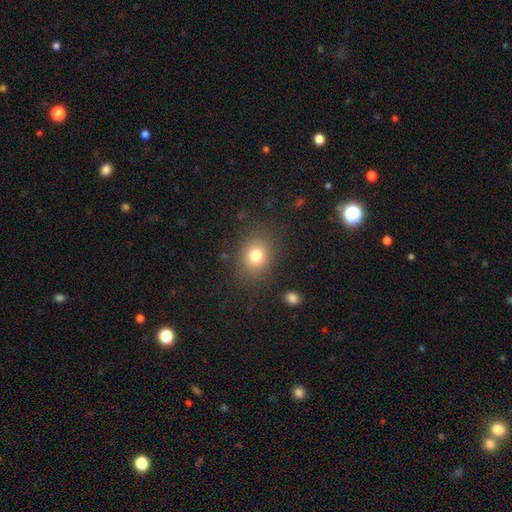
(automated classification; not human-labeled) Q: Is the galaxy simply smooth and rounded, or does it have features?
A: smooth — 79%.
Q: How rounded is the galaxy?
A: round — 59%.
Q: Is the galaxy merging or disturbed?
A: none — 83%.